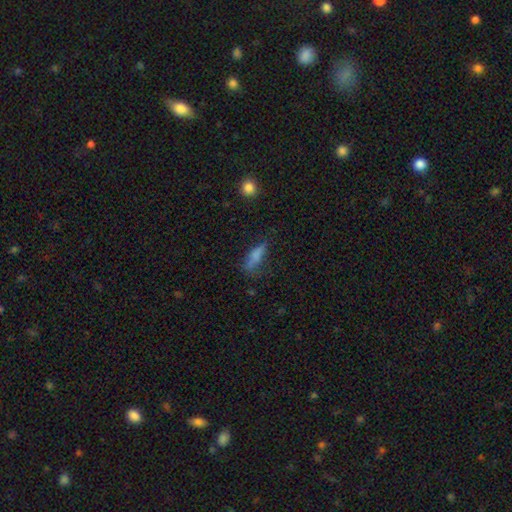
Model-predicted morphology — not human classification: Q: Smooth or featured?
A: smooth (69%); runner-up: featured or disk (19%)
Q: How rounded?
A: in between (53%); runner-up: cigar-shaped (43%)
Q: Merging?
A: none (47%); runner-up: minor disturbance (29%)